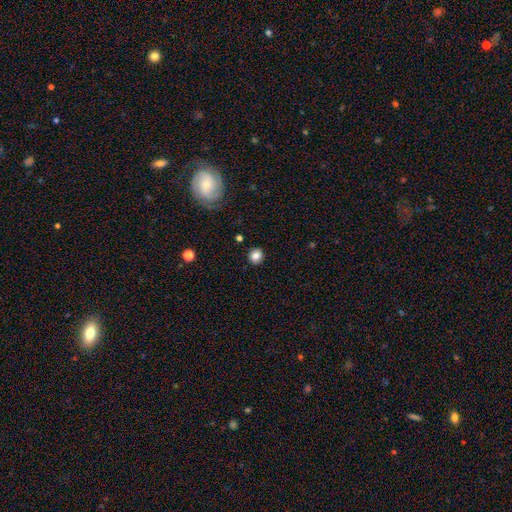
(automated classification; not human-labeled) Overall: smooth (83%). How rounded: round (87%). Merging: none (90%).